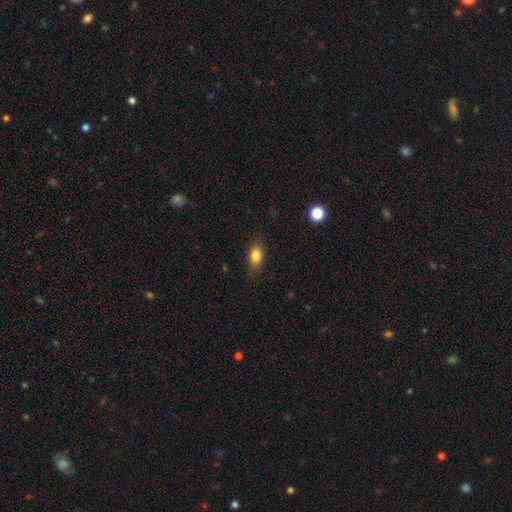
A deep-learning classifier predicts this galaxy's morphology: Overall: smooth (83%). How rounded: in between (81%). Merging: none (80%).